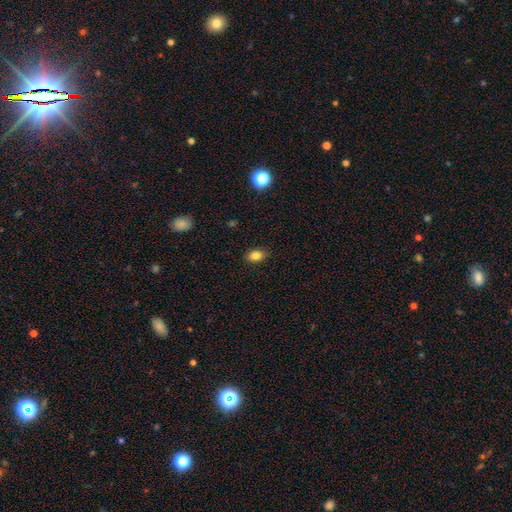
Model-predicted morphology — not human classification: smooth-or-featured: smooth: 82% | star or artifact: 11% | featured or disk: 7%
  how-rounded: in between: 80% | round: 18% | cigar-shaped: 2%
  merging: none: 87% | minor disturbance: 10% | major disturbance: 2% | merger: 1%